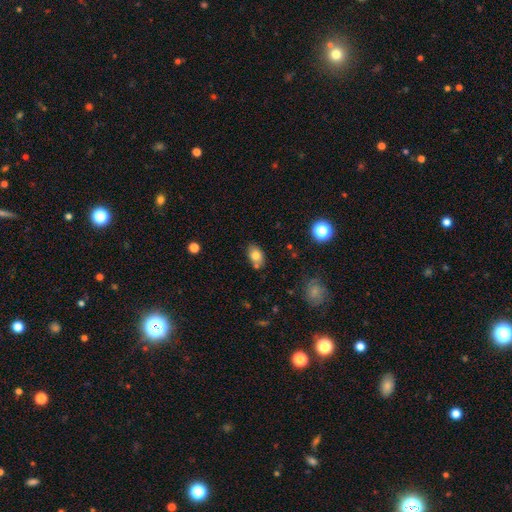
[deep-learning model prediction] Overall: smooth (78%). How rounded: in between (83%). Merging: none (68%).